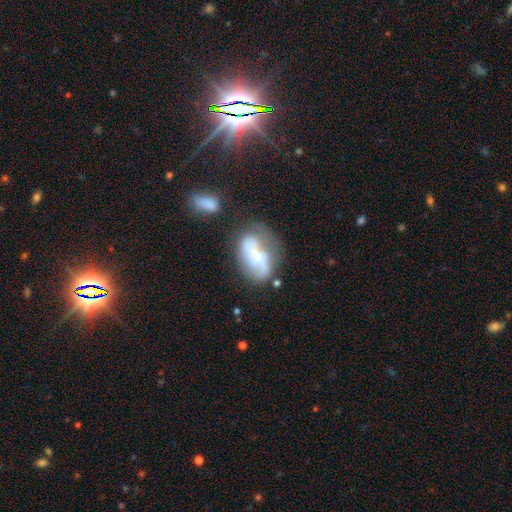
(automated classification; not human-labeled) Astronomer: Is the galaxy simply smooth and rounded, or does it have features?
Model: featured or disk — 56% (runner-up: smooth, 35%).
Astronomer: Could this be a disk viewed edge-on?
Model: no — 95%.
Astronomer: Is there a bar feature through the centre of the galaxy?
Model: no — 57%.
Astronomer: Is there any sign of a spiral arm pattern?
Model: yes — 63%.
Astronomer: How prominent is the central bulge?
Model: small — 46% (runner-up: moderate, 25%).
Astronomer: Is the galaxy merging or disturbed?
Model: none — 35% (runner-up: minor disturbance, 25%).